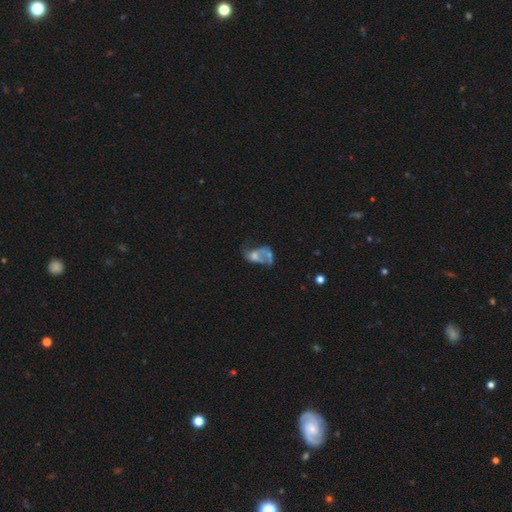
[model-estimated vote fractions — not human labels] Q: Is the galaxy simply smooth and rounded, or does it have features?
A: featured or disk — 53%.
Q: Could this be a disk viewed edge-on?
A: no — 97%.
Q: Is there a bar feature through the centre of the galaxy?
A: no — 86%.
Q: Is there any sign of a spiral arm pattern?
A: no — 78%.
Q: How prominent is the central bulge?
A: none — 40%.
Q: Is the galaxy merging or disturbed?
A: merger — 37%.